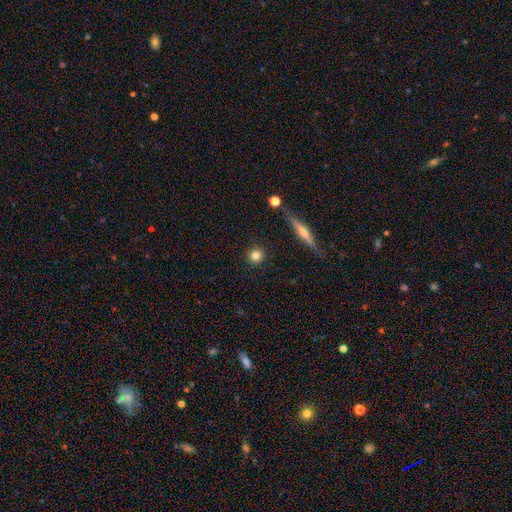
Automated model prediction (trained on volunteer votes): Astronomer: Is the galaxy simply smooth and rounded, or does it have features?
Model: smooth — 81%.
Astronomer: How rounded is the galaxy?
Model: round — 93%.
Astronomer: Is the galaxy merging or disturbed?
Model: none — 90%.